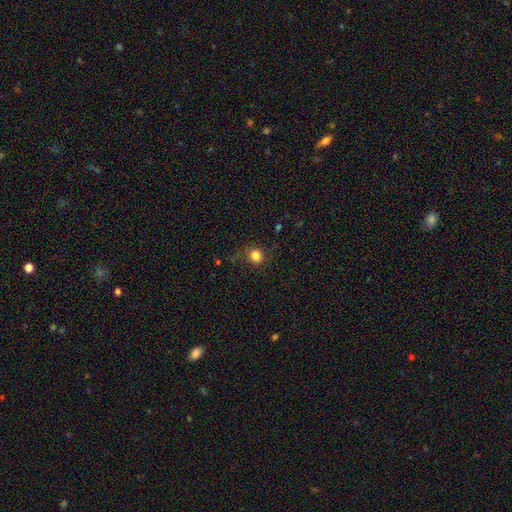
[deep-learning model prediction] This appears to be a smooth galaxy with no disk features (82%) that is round (84%). Merging: none (80%).